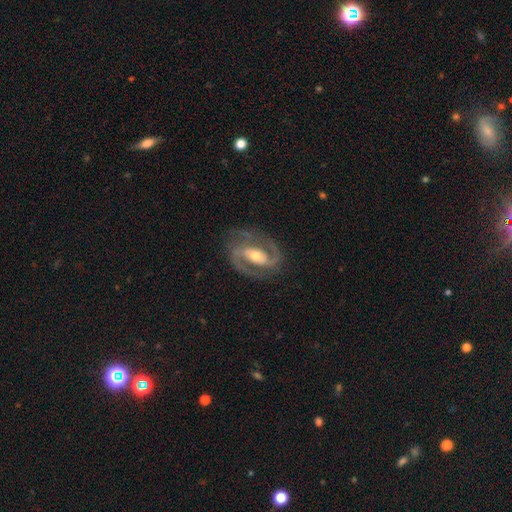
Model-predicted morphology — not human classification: A featured or disk galaxy (90%) with a weak bar (36%), 2 (90%) medium (54%) spiral arms (97%) and a moderate central bulge (65%). Merging: none (79%).